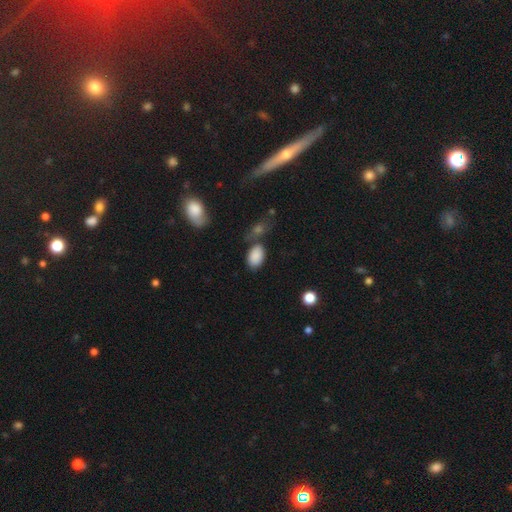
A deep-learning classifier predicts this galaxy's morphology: A smooth galaxy with no disk features (87%) that is in between round and cigar-shaped (91%). Merging: none (61%).